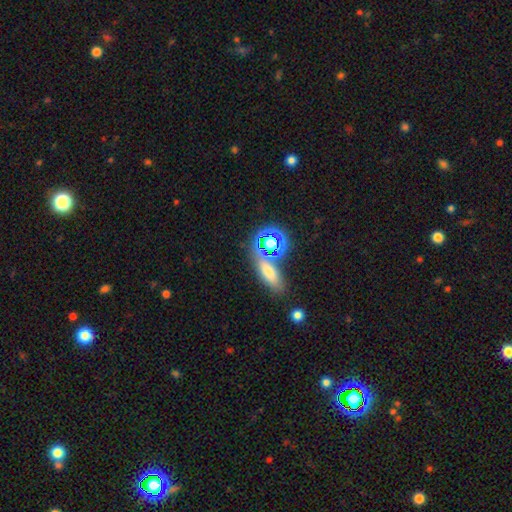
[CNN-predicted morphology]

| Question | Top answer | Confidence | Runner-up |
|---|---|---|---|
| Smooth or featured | smooth | 49% | star or artifact (31%) |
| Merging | none | 62% | merger (22%) |